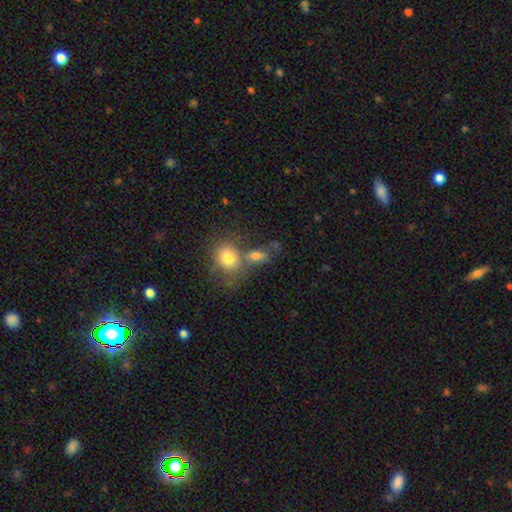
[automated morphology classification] type=smooth (72%); roundness=in between (70%); merging=merger (40%).